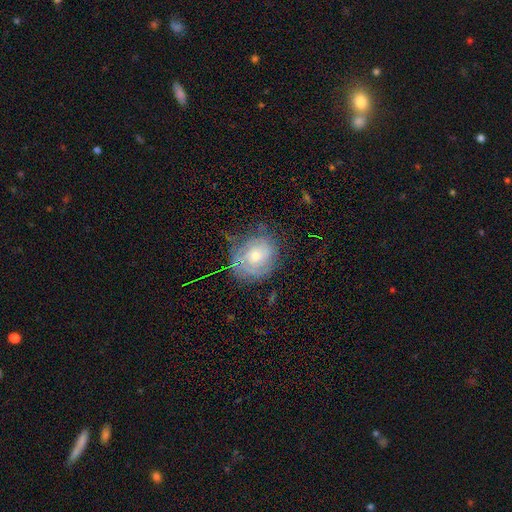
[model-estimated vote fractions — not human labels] A featured or disk galaxy (60%) with no bar (81%), spiral arms (79%) and a moderate central bulge (48%). Merging: none (63%).